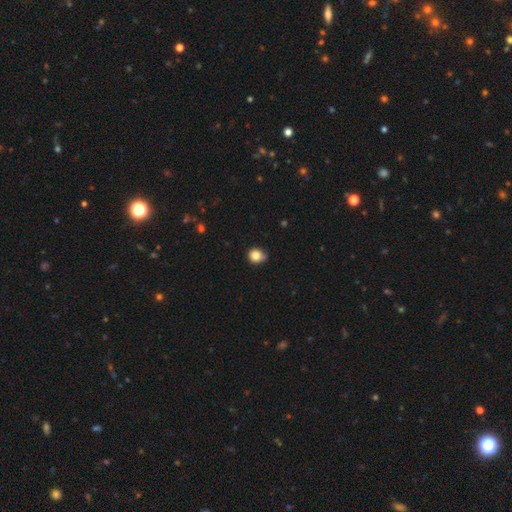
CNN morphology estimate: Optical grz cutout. It shows a smooth galaxy with no disk features (83%) that is round (77%). Merging: none (69%).